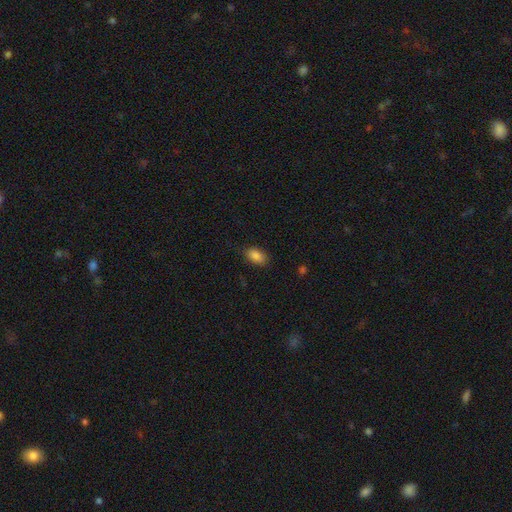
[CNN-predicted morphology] The model was most divided on "merging": none: 82%, minor disturbance: 13%, major disturbance: 3%, merger: 1%. More confident: how rounded — in between (91%); smooth or featured — smooth (87%).